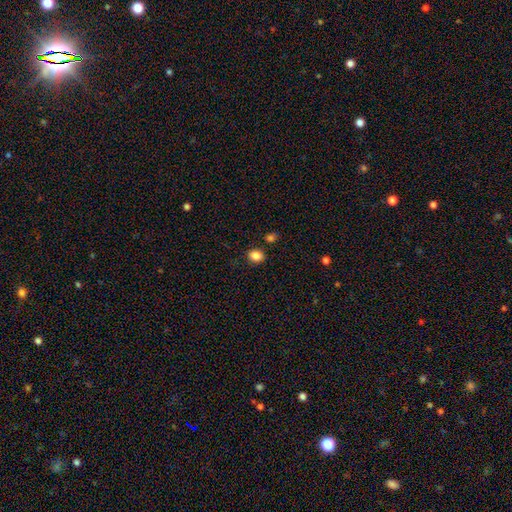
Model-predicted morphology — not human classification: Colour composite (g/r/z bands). It shows a smooth galaxy with no disk features (85%) that is round (56%). Merging: none (84%).